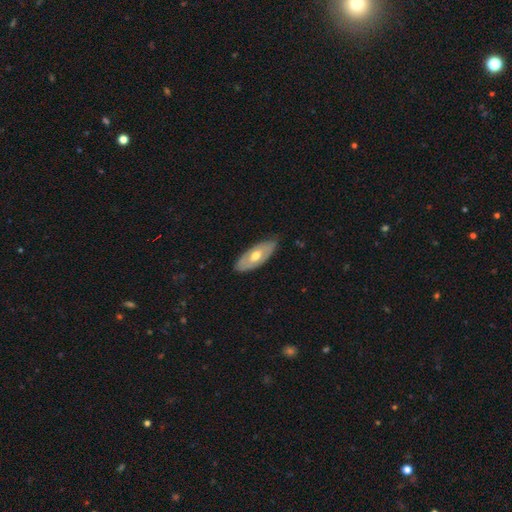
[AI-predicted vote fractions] featured or disk 49%, smooth 46%, star or artifact 5%. Down the decision tree: merging — none (79%).